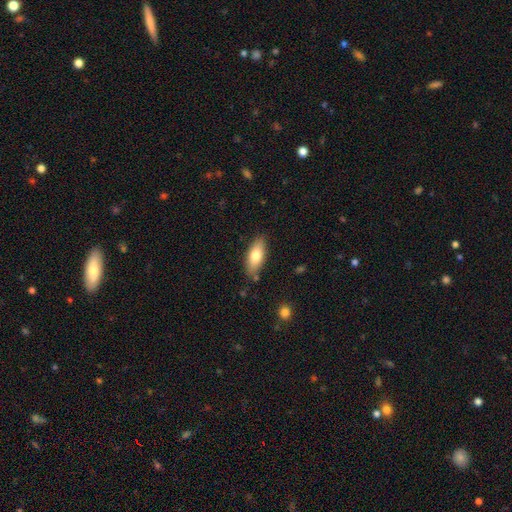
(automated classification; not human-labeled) smooth-or-featured: smooth: 75% | featured or disk: 19% | star or artifact: 6%
  how-rounded: in between: 80% | cigar-shaped: 18% | round: 2%
  merging: none: 82% | minor disturbance: 13% | merger: 3% | major disturbance: 3%